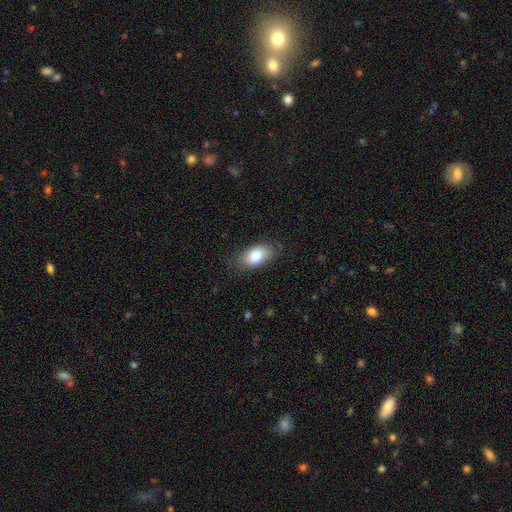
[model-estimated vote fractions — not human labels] This is likely a smooth galaxy (78%). How rounded: clearly in between (90%). Merging: clearly none (81%).